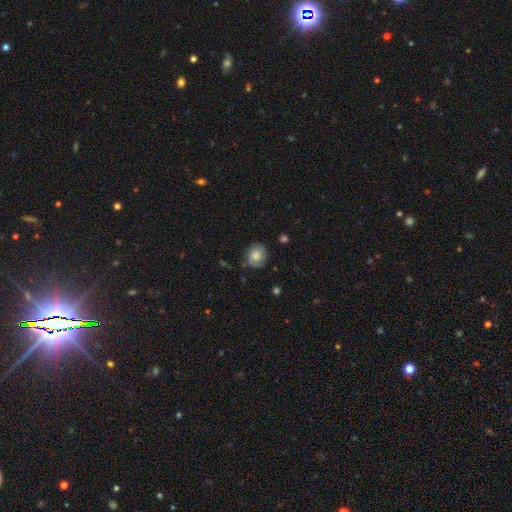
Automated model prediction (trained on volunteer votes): The model was most divided on "smooth or featured": smooth: 53%, featured or disk: 38%, star or artifact: 9%. More confident: merging — none (73%); how rounded — round (68%).